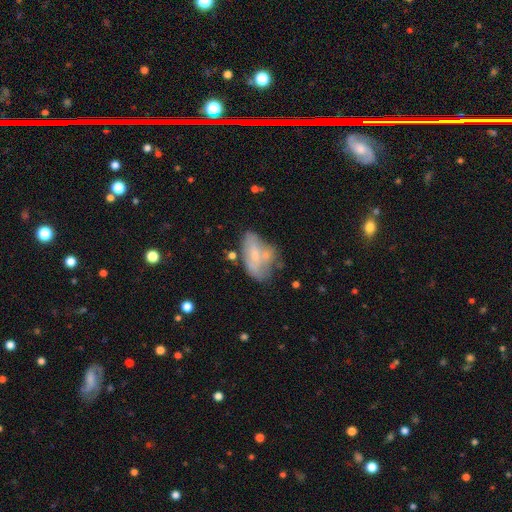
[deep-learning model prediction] Smooth or featured: smooth — 52% (featured or disk — 39%)
How rounded: in between — 90% (cigar-shaped — 6%)
Merging: none — 33% (minor disturbance — 27%)